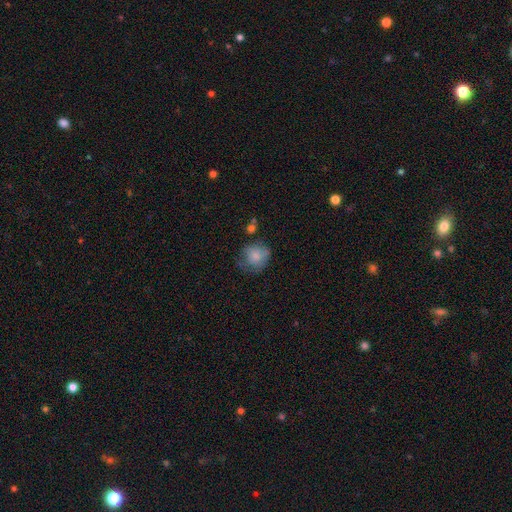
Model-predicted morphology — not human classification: Overall: smooth (79%). How rounded: round (81%). Merging: none (55%; minor disturbance 29%).